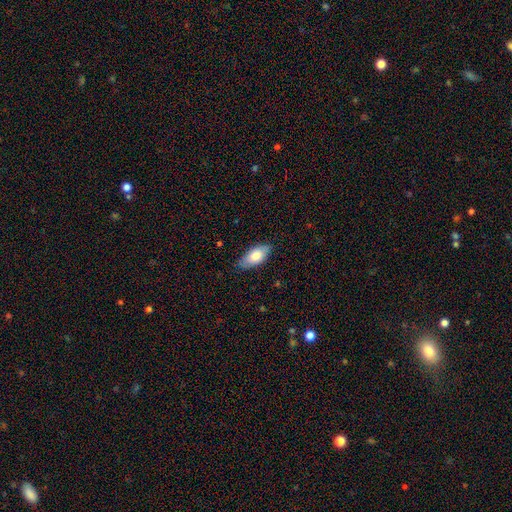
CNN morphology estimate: Q: Smooth or featured?
A: smooth (77%); runner-up: featured or disk (17%)
Q: How rounded?
A: in between (91%); runner-up: cigar-shaped (6%)
Q: Merging?
A: none (82%); runner-up: minor disturbance (15%)